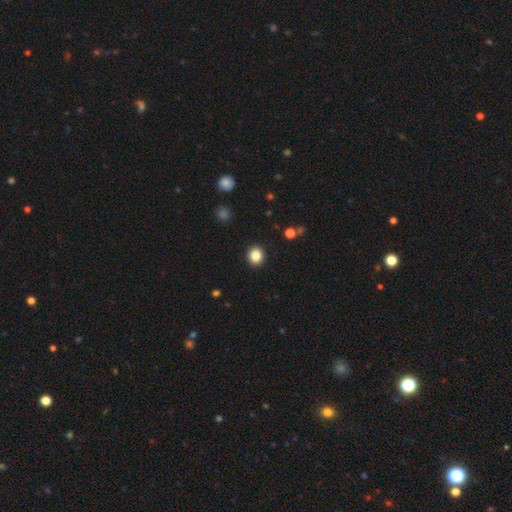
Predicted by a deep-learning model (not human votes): A smooth galaxy with no disk features (85%) that is round (77%).

Vote fractions:
- Smooth or featured? smooth: 85% / star or artifact: 10% / featured or disk: 5%
- How rounded? round: 77% / in between: 22% / cigar-shaped: 1%
- Merging? none: 92% / minor disturbance: 5% / major disturbance: 2% / merger: 1%